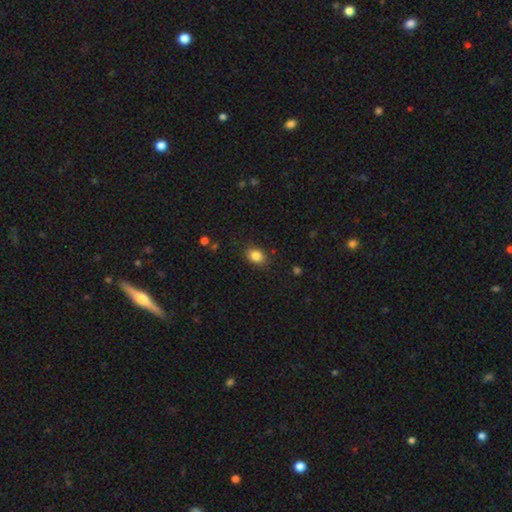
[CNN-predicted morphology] Smooth or featured?
  - smooth: 85% *
  - star or artifact: 9%
  - featured or disk: 6%
How rounded?
  - in between: 67% *
  - round: 31%
  - cigar-shaped: 1%
Merging?
  - none: 84% *
  - minor disturbance: 12%
  - major disturbance: 3%
  - merger: 1%